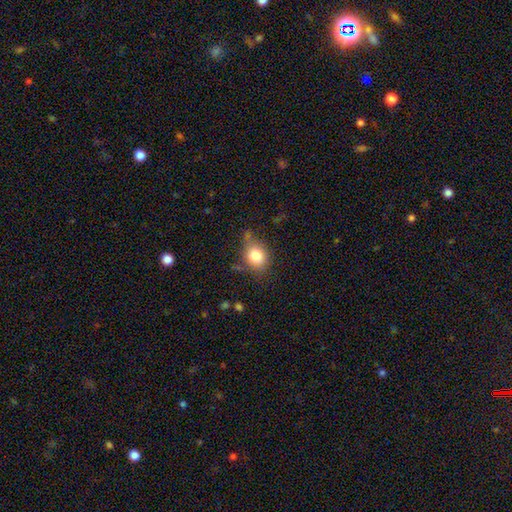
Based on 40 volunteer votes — Smooth or featured? 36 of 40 (90%) said smooth. How rounded? 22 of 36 (61%) said round. Merging? 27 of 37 (73%) said none.